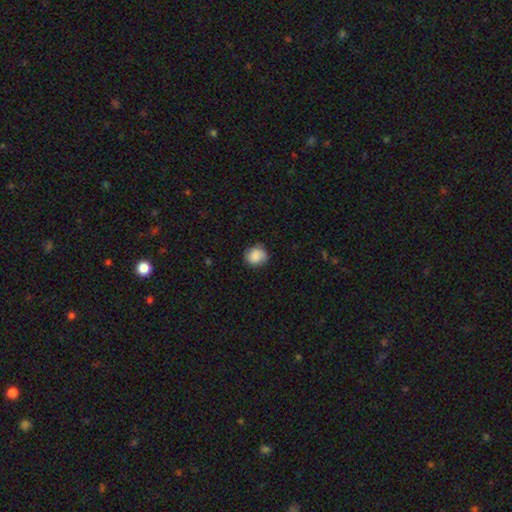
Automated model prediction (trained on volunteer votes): Overall: smooth (80%). How rounded: round (78%). Merging: none (79%).